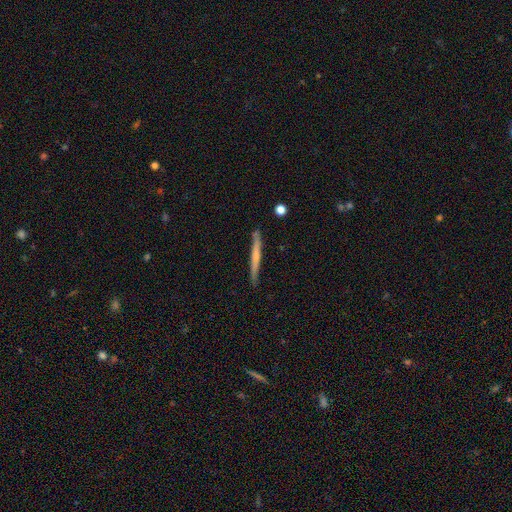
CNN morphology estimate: Q: Smooth or featured?
A: featured or disk (49%); runner-up: smooth (45%)
Q: Merging?
A: none (87%); runner-up: minor disturbance (10%)